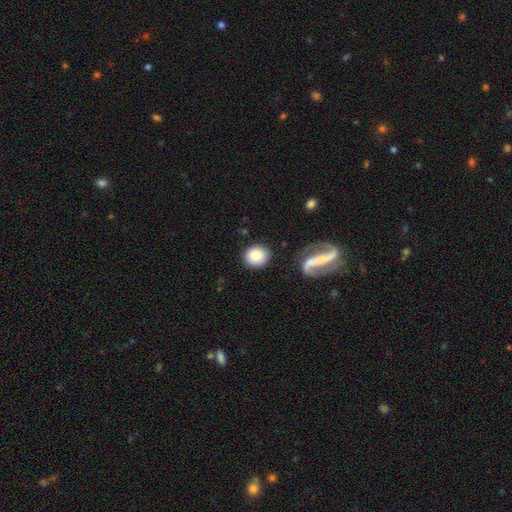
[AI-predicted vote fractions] Smooth or featured?
  - smooth: 83% *
  - featured or disk: 10%
  - star or artifact: 7%
How rounded?
  - round: 82% *
  - in between: 17%
  - cigar-shaped: 1%
Merging?
  - none: 82% *
  - minor disturbance: 10%
  - merger: 4%
  - major disturbance: 4%